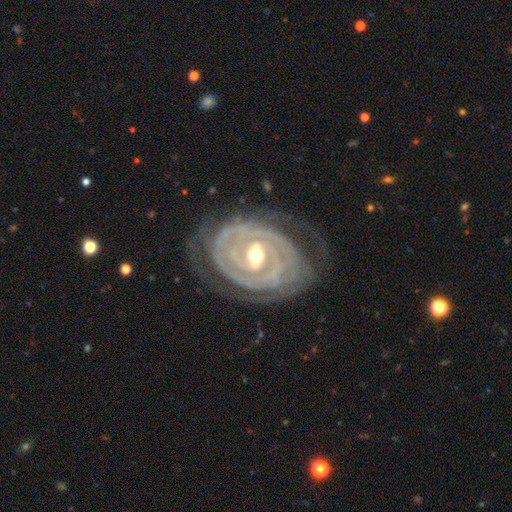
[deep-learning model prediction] smooth_or_featured: featured or disk (p=0.91) [alt: smooth p=0.05]
disk_edge_on: no (p=0.96) [alt: yes p=0.04]
bar: weak (p=0.41) [alt: strong p=0.34]
has_spiral_arms: yes (p=0.94) [alt: no p=0.06]
spiral_winding: tight (p=0.76) [alt: medium p=0.18]
spiral_arm_count: 2 (p=0.45) [alt: can't tell p=0.22]
bulge_size: moderate (p=0.68) [alt: small p=0.25]
merging: none (p=0.69) [alt: minor disturbance p=0.18]